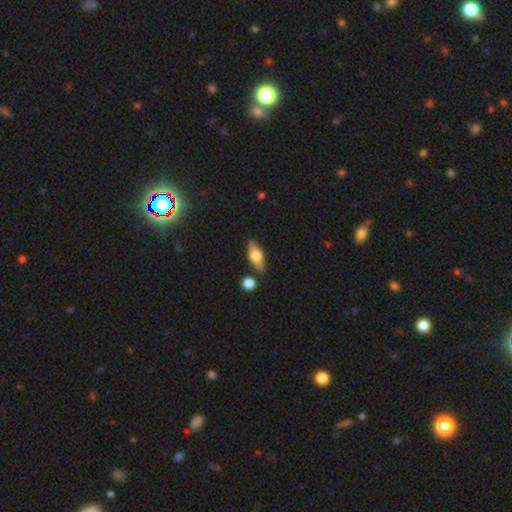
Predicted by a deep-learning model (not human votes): This appears to be a smooth galaxy with no disk features (56%) that is in between round and cigar-shaped (70%). Merging: none (81%).